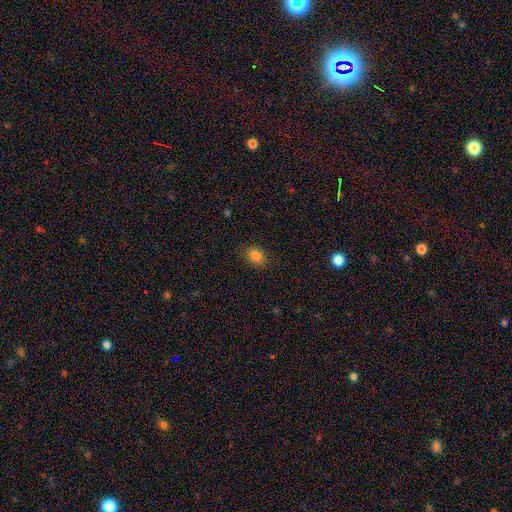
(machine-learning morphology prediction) This appears to be a smooth galaxy with no disk features (83%) that is round (55%). Merging: none (85%).